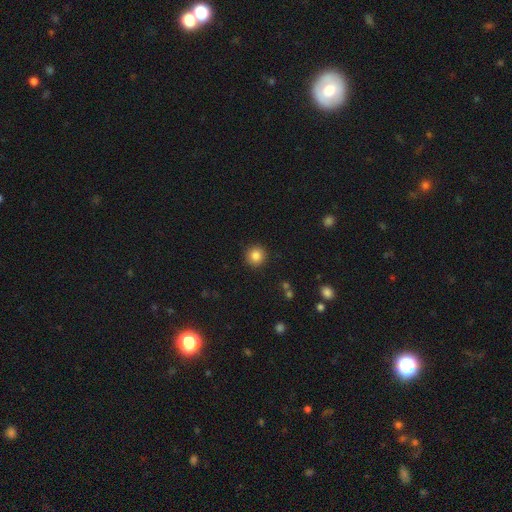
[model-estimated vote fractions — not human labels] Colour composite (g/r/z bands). It shows a smooth galaxy with no disk features (84%) that is round (95%). Merging: none (92%).